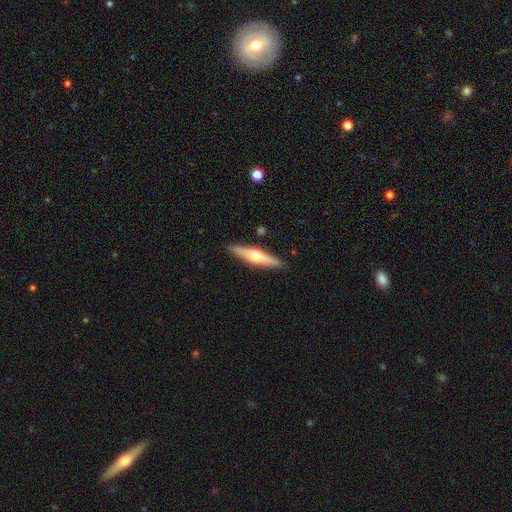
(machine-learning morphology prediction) The model was most divided on "smooth or featured": featured or disk: 67%, smooth: 28%, star or artifact: 6%. More confident: edge-on disk — yes (96%); edge-on bulge — rounded (93%); merging — none (89%).